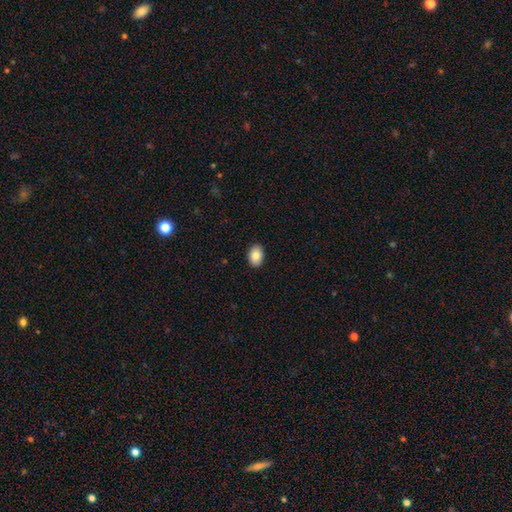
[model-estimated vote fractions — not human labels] Smooth or featured? smooth (86%)
How rounded? in between (82%)
Merging? none (90%)